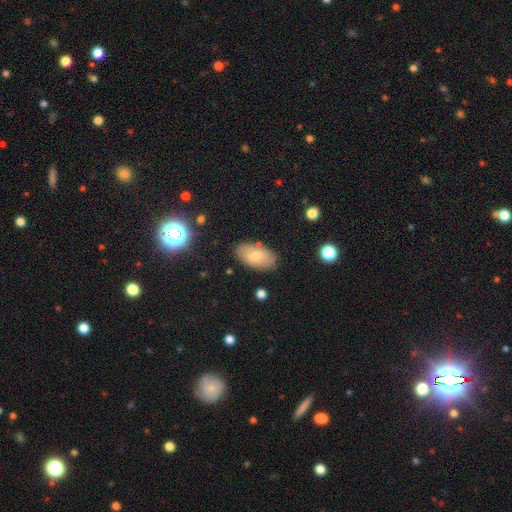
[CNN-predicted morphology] A smooth galaxy with no disk features (68%) that is in between round and cigar-shaped (94%).

Vote fractions:
- Smooth or featured? smooth: 68% / featured or disk: 24% / star or artifact: 8%
- How rounded? in between: 94% / round: 4% / cigar-shaped: 2%
- Merging? none: 82% / minor disturbance: 13% / major disturbance: 3% / merger: 2%